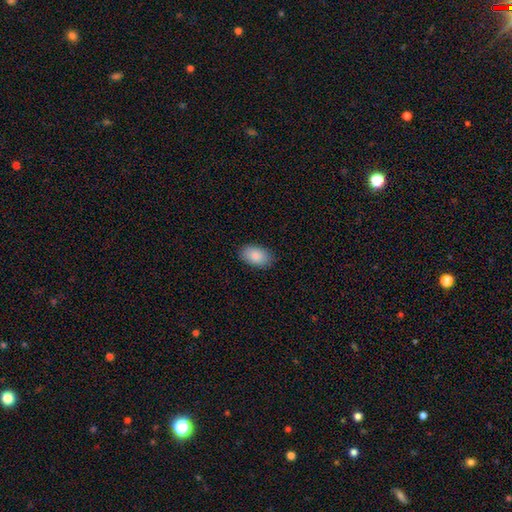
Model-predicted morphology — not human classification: Overall: smooth (87%). How rounded: in between (92%). Merging: none (87%).